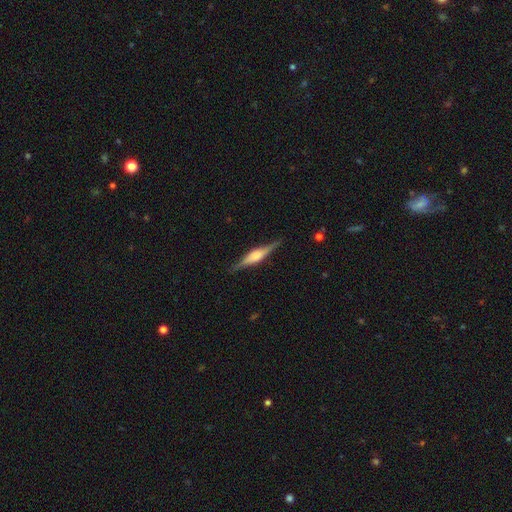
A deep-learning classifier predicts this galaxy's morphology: type=featured or disk (74%); edge-on=yes (98%); edge-on bulge=rounded (67%); merging=none (88%).